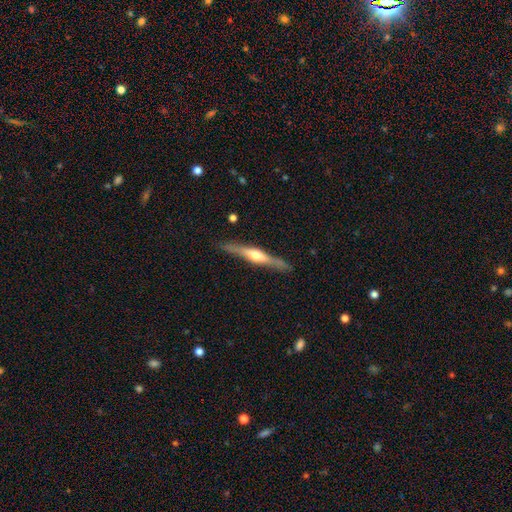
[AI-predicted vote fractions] smooth_or_featured: featured or disk (p=0.74) [alt: smooth p=0.21]
disk_edge_on: yes (p=0.97) [alt: no p=0.03]
edge_on_bulge: rounded (p=0.90) [alt: boxy p=0.06]
merging: none (p=0.88) [alt: minor disturbance p=0.09]